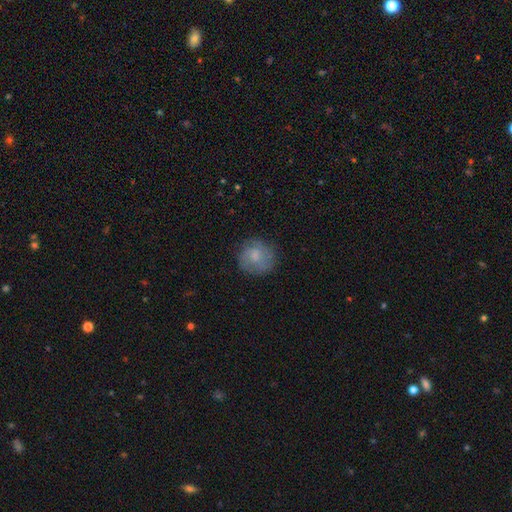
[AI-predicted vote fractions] This is likely a smooth galaxy (66%). How rounded: clearly round (87%). Merging: likely none (74%).